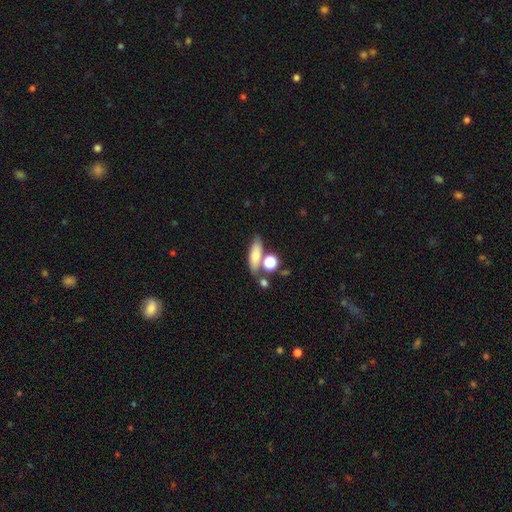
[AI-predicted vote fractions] Smooth or featured? Predicted: smooth (p=0.67). How rounded? Predicted: in between (p=0.52). Merging? Predicted: none (p=0.59).